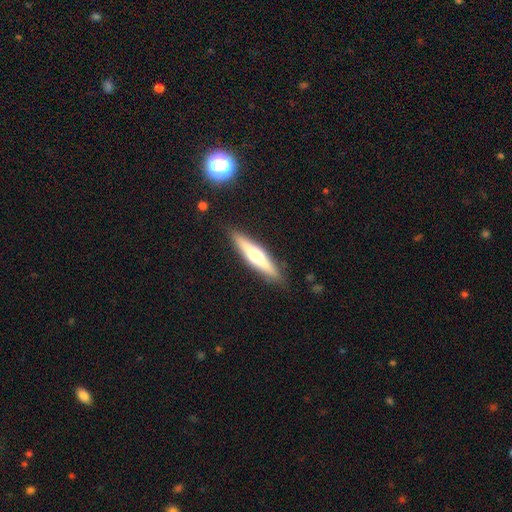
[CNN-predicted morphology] A featured or disk galaxy (52%) viewed edge-on (93%). Merging: none (87%).